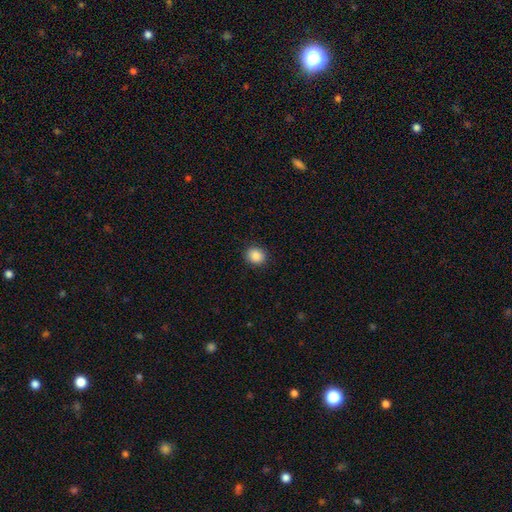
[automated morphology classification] This is clearly a smooth galaxy (88%). How rounded: likely round (71%). Merging: clearly none (90%).